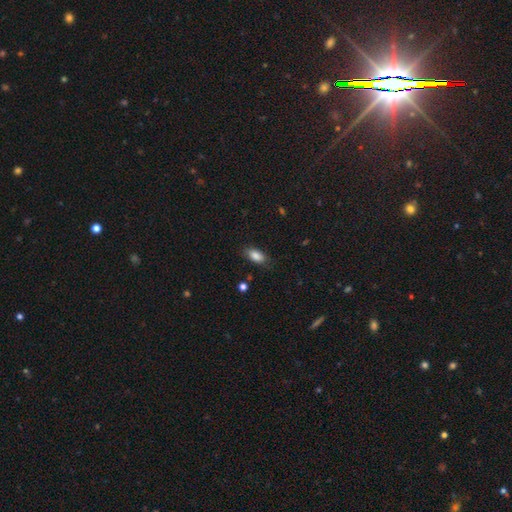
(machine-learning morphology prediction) This is clearly a smooth galaxy (86%). How rounded: clearly in between (89%). Merging: clearly none (81%).